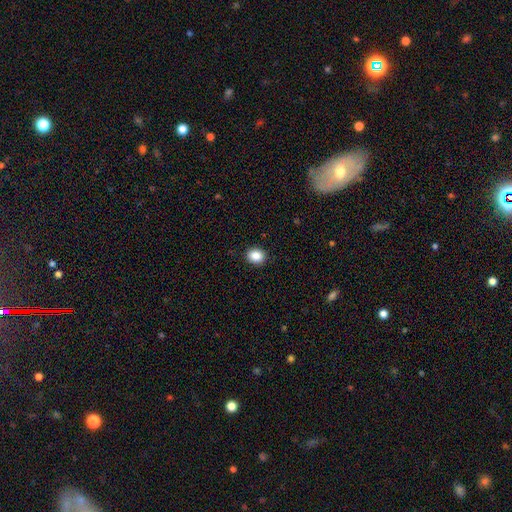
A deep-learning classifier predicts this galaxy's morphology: type=smooth (87%); roundness=round (56%); merging=none (91%).